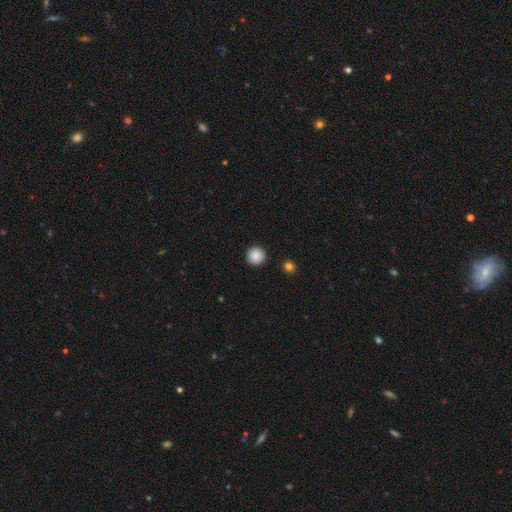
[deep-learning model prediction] Morphology: type=smooth (88%); roundness=round (96%); merging=none (93%).